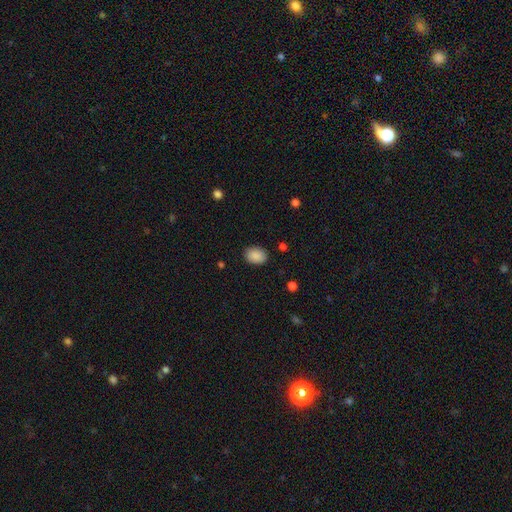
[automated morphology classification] smooth 89%, star or artifact 8%, featured or disk 3%. Down the decision tree: how rounded — in between (72%); merging — none (87%).